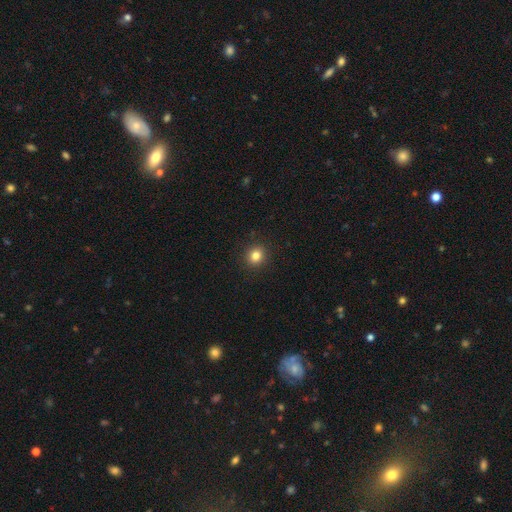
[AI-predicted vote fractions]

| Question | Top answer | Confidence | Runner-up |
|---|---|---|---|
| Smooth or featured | smooth | 82% | star or artifact (12%) |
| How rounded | round | 88% | in between (11%) |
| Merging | none | 92% | minor disturbance (5%) |